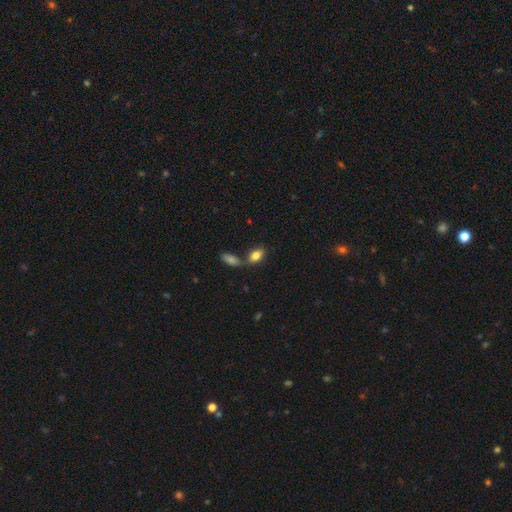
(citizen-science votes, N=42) Overall: smooth (69%). How rounded: in between (79%). Merging: merger (59%; none 26%).